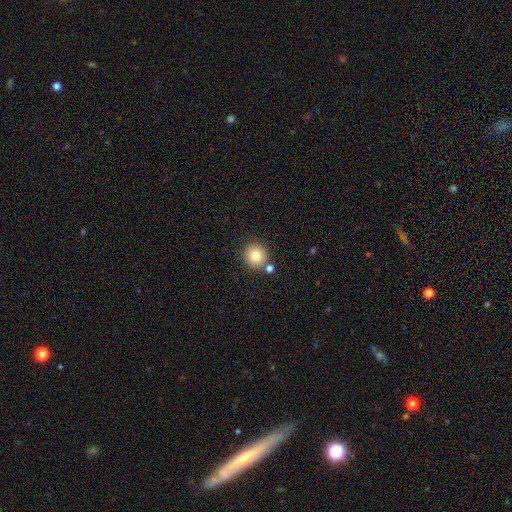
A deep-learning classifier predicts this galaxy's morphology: This appears to be a smooth galaxy with no disk features (80%) that is round (93%). Merging: none (80%).